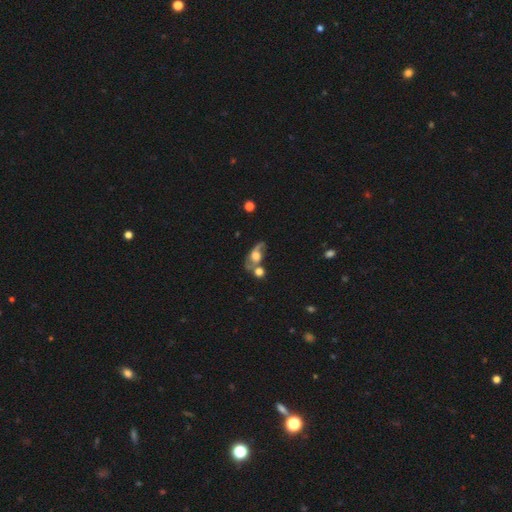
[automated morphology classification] This appears to be a featured or disk galaxy (64%) with no bar (71%), spiral arms (81%) and a large central bulge (43%). Merging: none (38%).